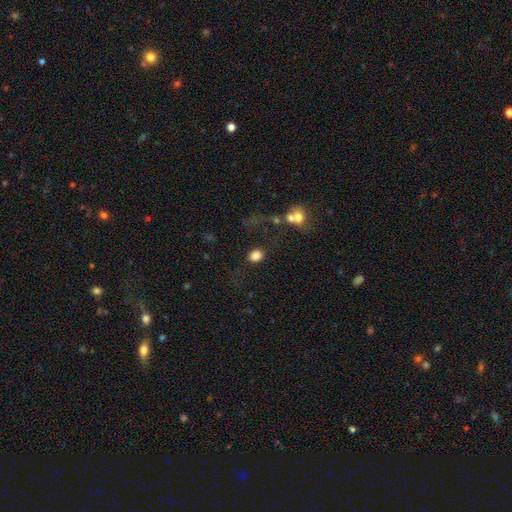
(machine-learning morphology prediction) A smooth galaxy with no disk features (82%) that is round (51%). Merging: none (67%).